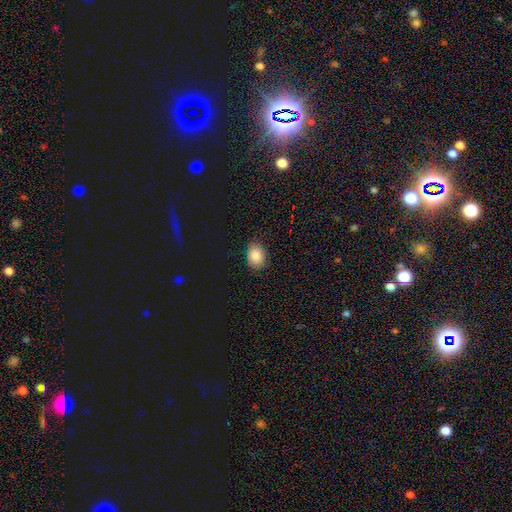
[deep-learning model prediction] smooth_or_featured: smooth (p=0.87) [alt: star or artifact p=0.08]
how_rounded: in between (p=0.71) [alt: round p=0.28]
merging: none (p=0.83) [alt: minor disturbance p=0.13]